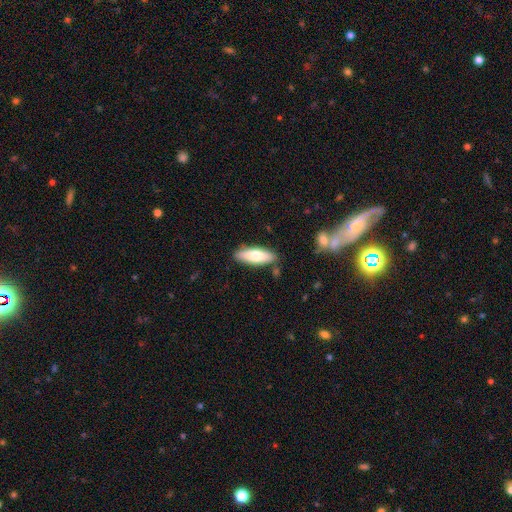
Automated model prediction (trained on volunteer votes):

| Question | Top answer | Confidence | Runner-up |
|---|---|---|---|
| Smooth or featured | smooth | 72% | featured or disk (23%) |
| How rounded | in between | 61% | cigar-shaped (37%) |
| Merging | none | 83% | minor disturbance (11%) |